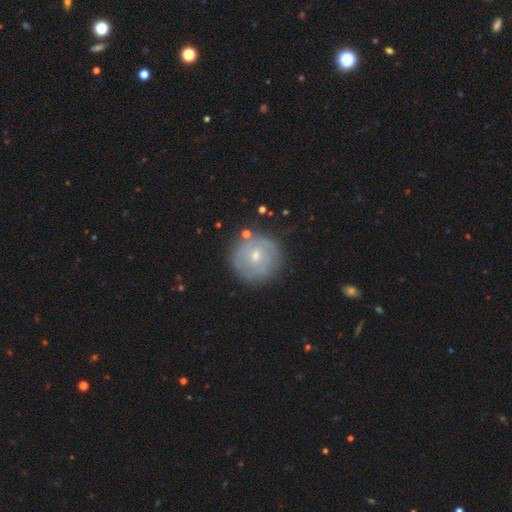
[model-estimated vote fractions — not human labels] This is possibly a featured or disk galaxy (47%). Merging: clearly none (80%).